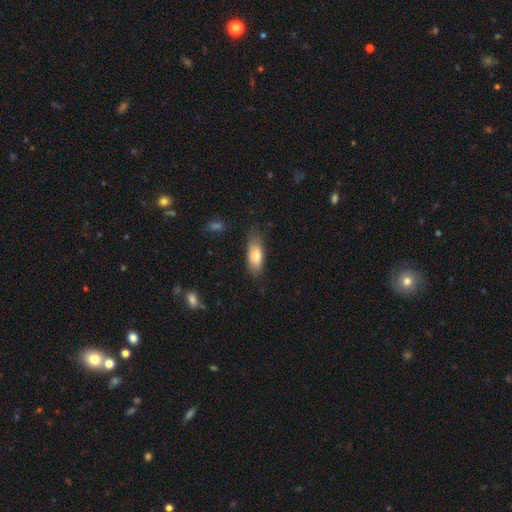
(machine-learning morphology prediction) Q: Smooth or featured?
A: smooth (78%); runner-up: featured or disk (15%)
Q: How rounded?
A: in between (76%); runner-up: cigar-shaped (21%)
Q: Merging?
A: none (68%); runner-up: minor disturbance (24%)